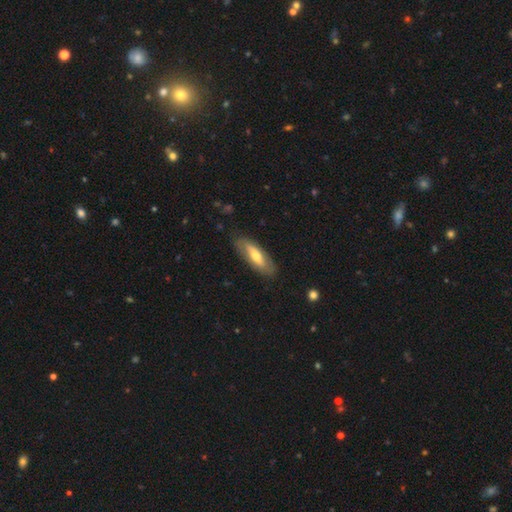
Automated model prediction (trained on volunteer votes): Morphology: type=smooth (54%); roundness=in between (63%); merging=none (80%).